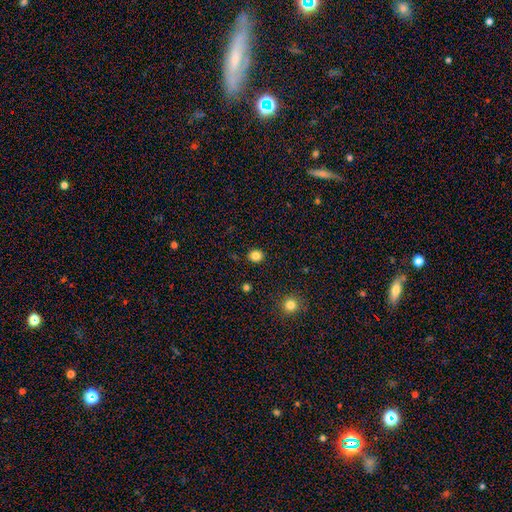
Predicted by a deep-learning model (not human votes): Morphology: type=smooth (84%); roundness=round (81%); merging=none (91%).